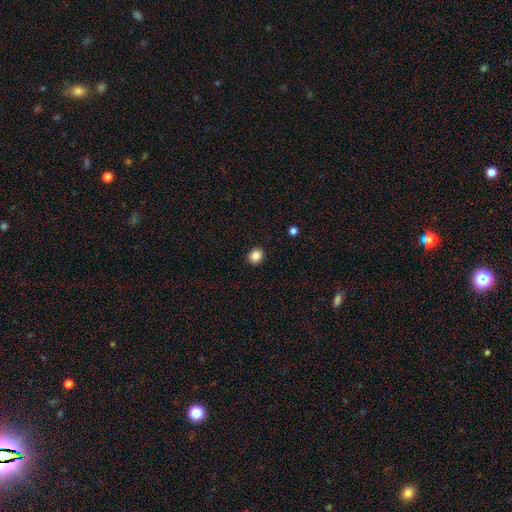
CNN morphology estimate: Q: Smooth or featured?
A: smooth (86%); runner-up: star or artifact (10%)
Q: How rounded?
A: round (73%); runner-up: in between (26%)
Q: Merging?
A: none (91%); runner-up: minor disturbance (6%)